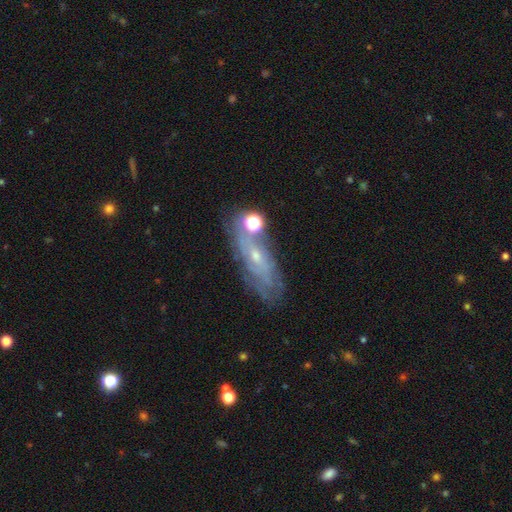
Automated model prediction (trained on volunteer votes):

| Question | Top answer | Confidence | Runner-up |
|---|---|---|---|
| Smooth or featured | featured or disk | 66% | smooth (21%) |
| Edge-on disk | no | 81% | yes (19%) |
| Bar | no | 69% | weak (25%) |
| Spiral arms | yes | 74% | no (26%) |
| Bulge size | small | 75% | moderate (19%) |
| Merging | none | 64% | minor disturbance (19%) |